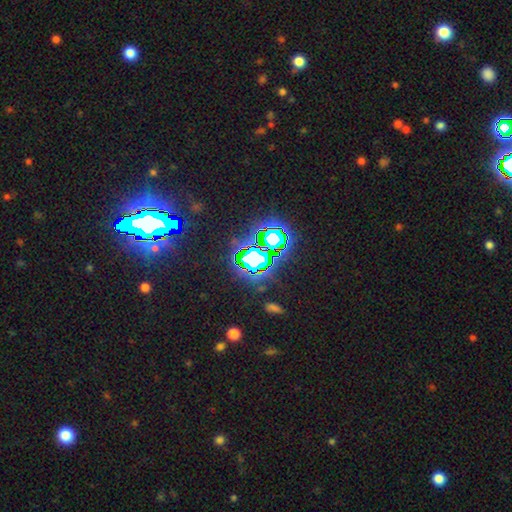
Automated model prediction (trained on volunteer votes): This is likely a star or artifact rather than a galaxy (77%).